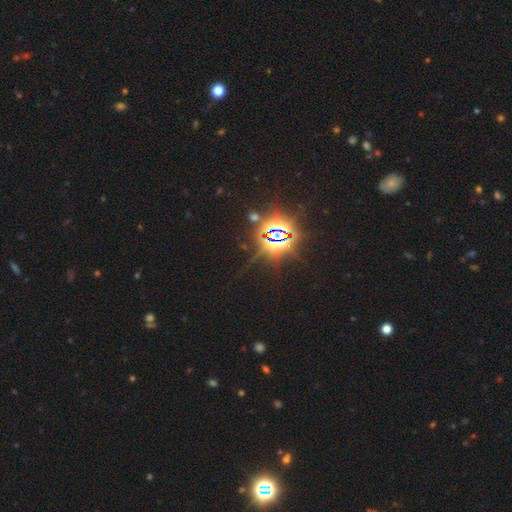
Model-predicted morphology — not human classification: smooth-or-featured: star or artifact: 86% | smooth: 8% | featured or disk: 6%